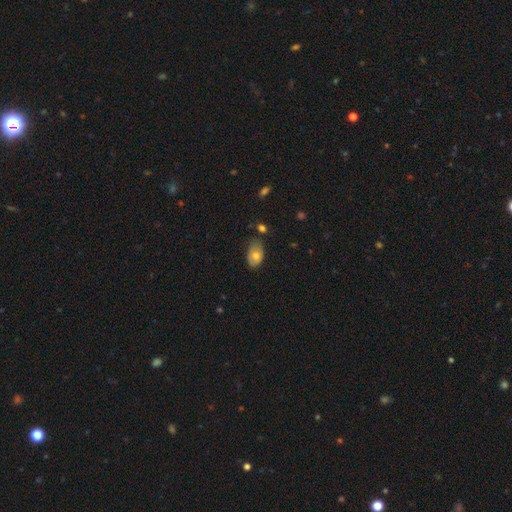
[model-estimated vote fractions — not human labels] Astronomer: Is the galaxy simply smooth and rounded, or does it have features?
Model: smooth — 66%.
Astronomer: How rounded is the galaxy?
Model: in between — 89%.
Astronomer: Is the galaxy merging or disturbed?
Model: none — 63%.